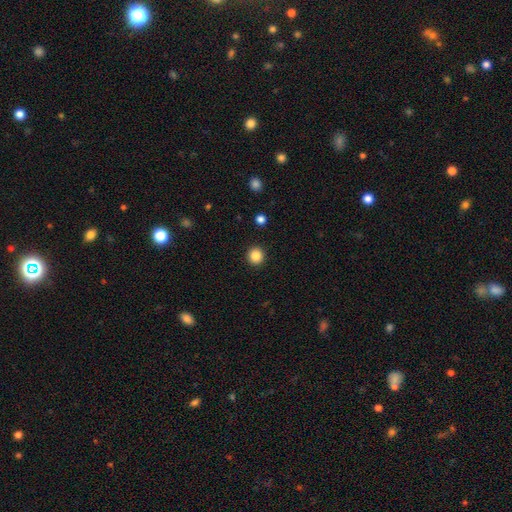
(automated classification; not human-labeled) Smooth or featured?
  - smooth: 86% *
  - star or artifact: 10%
  - featured or disk: 3%
How rounded?
  - round: 93% *
  - in between: 6%
  - cigar-shaped: 1%
Merging?
  - none: 93% *
  - minor disturbance: 5%
  - major disturbance: 2%
  - merger: 1%